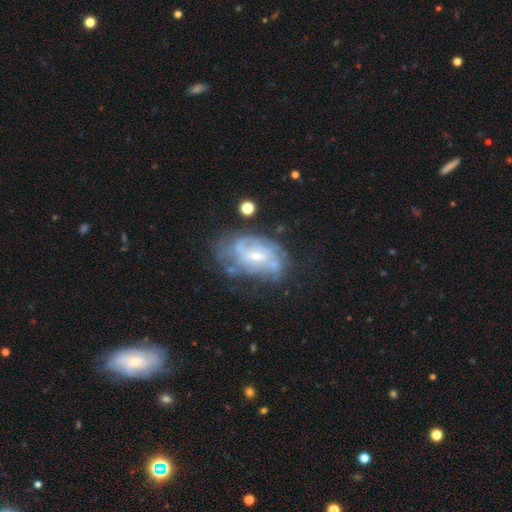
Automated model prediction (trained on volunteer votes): smooth-or-featured: featured or disk: 73% | smooth: 19% | star or artifact: 8%
  disk-edge-on: no: 96% | yes: 4%
    bar: no: 49% | weak: 42% | strong: 9%
    has-spiral-arms: yes: 73% | no: 27%
      spiral-winding: tight: 49% | medium: 35% | loose: 16%
      spiral-arm-count: can't tell: 53% | 2: 22% | 3: 12% | 4: 6% | 1: 4% | more than 4: 3%
    bulge-size: small: 58% | moderate: 34% | none: 5% | large: 2% | dominant: 1%
  merging: none: 51% | minor disturbance: 25% | major disturbance: 18% | merger: 6%